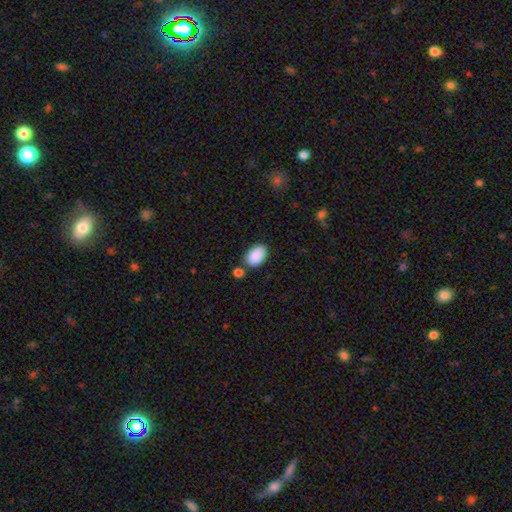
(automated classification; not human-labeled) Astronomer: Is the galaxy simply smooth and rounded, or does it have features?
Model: smooth — 90%.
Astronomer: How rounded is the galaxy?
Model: in between — 92%.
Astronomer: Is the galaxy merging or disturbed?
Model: none — 75%.